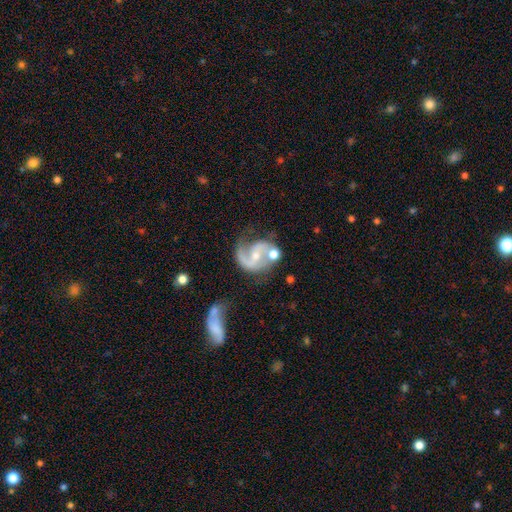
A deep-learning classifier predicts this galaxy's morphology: featured or disk 85%, smooth 9%, star or artifact 6%. Down the decision tree: edge-on disk — no (98%); bar — no (43%); spiral arms — yes (95%); spiral arm count — 2 (72%); spiral winding — medium (48%); bulge size — small (57%); merging — none (43%).